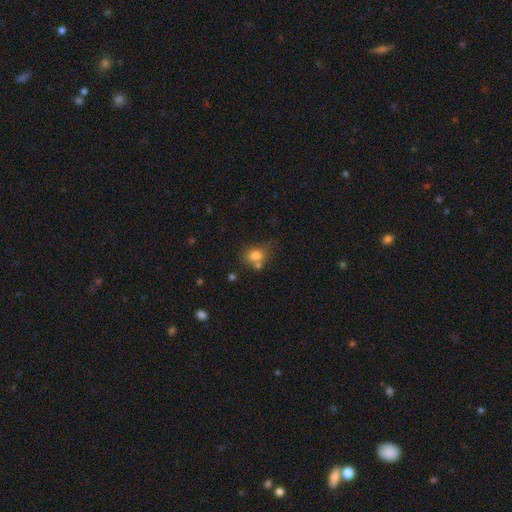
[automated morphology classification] A smooth galaxy with no disk features (78%) that is in between round and cigar-shaped (58%). Merging: none (48%).